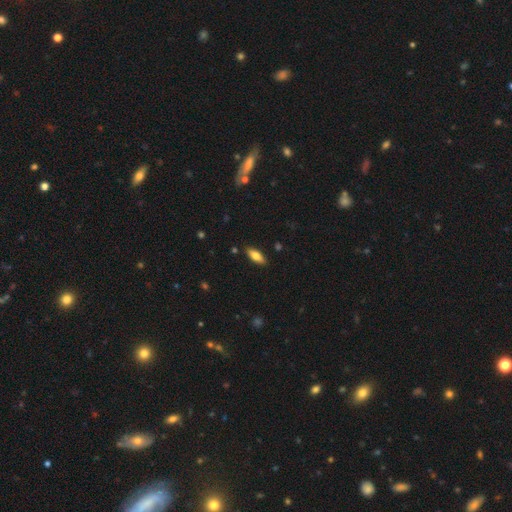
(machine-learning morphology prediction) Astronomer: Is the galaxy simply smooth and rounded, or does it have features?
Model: smooth — 74%.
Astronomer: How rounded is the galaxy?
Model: in between — 74%.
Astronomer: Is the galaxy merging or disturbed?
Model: none — 87%.